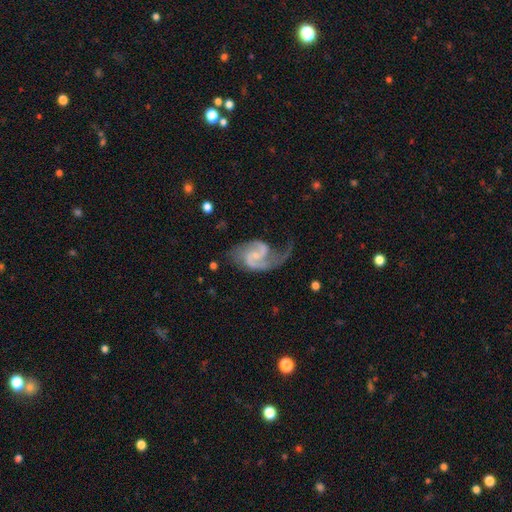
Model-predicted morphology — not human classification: Q: Smooth or featured?
A: featured or disk (88%); runner-up: smooth (7%)
Q: Edge-on disk?
A: no (98%); runner-up: yes (2%)
Q: Bar?
A: weak (46%); runner-up: no (43%)
Q: Spiral arms?
A: yes (97%); runner-up: no (3%)
Q: Spiral winding?
A: medium (49%); runner-up: loose (38%)
Q: Spiral arm count?
A: 2 (82%); runner-up: 1 (11%)
Q: Bulge size?
A: small (57%); runner-up: none (21%)
Q: Merging?
A: none (46%); runner-up: major disturbance (29%)